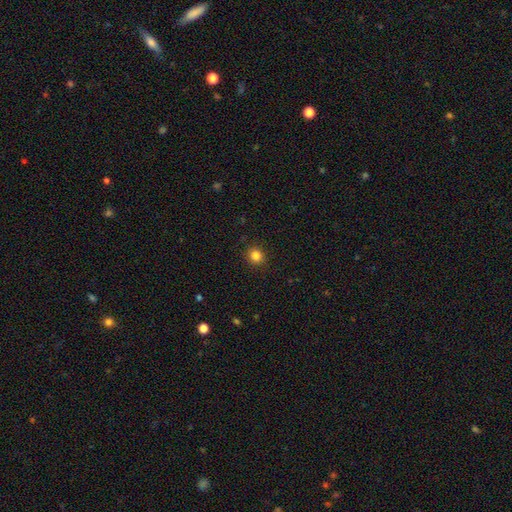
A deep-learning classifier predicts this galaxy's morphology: Smooth or featured? smooth (84%)
How rounded? round (87%)
Merging? none (91%)